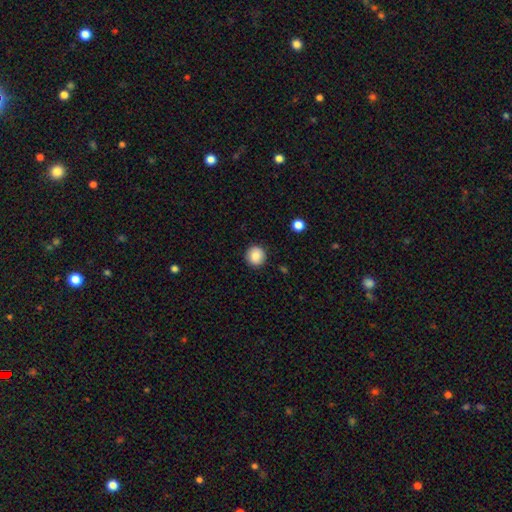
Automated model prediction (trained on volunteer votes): smooth-or-featured: smooth: 86% | star or artifact: 8% | featured or disk: 5%
  how-rounded: round: 94% | in between: 5% | cigar-shaped: 1%
  merging: none: 91% | minor disturbance: 6% | major disturbance: 2% | merger: 1%